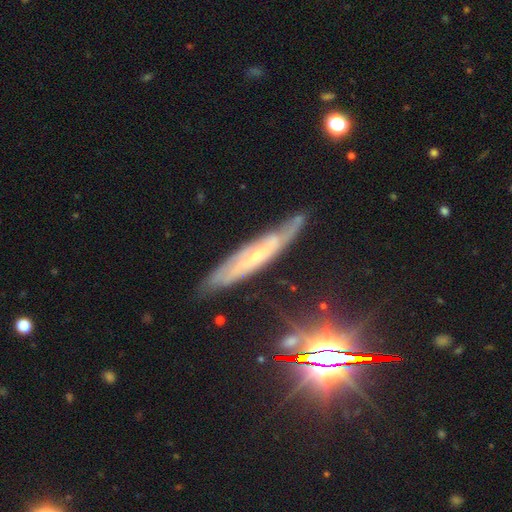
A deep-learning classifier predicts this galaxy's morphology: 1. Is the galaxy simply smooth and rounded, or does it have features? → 71% featured or disk, 18% smooth, 11% star or artifact.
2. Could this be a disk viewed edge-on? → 51% yes, 49% no.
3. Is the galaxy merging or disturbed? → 75% none, 19% minor disturbance, 4% major disturbance, 2% merger.